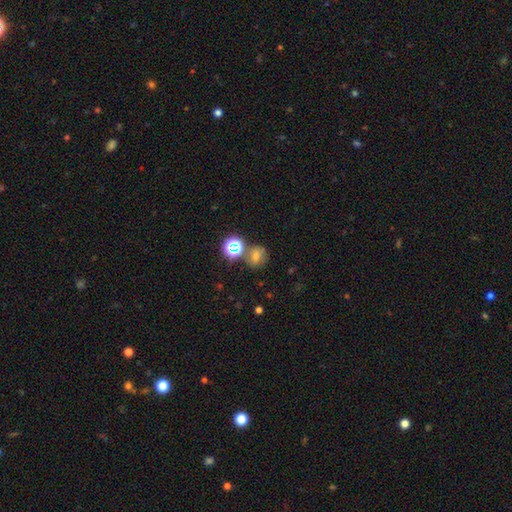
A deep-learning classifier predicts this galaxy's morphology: smooth 50%, star or artifact 35%, featured or disk 16%. Down the decision tree: merging — none (65%).